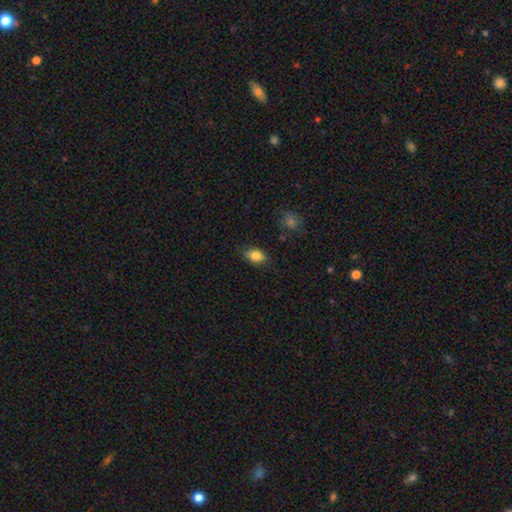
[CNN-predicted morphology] This is clearly a smooth galaxy (84%). How rounded: clearly in between (84%). Merging: clearly none (82%).